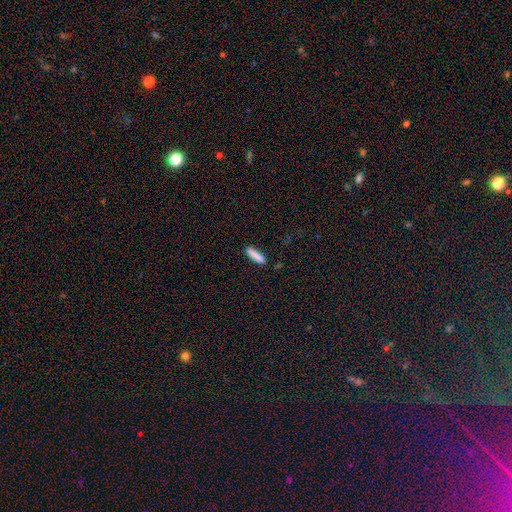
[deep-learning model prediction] Q: Smooth or featured?
A: smooth (86%); runner-up: featured or disk (7%)
Q: How rounded?
A: cigar-shaped (80%); runner-up: in between (18%)
Q: Merging?
A: none (87%); runner-up: minor disturbance (9%)